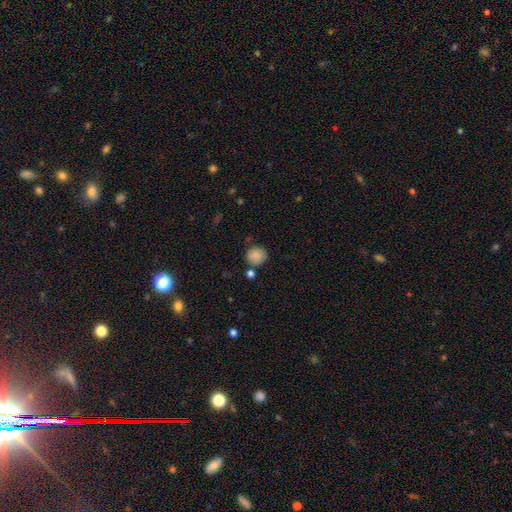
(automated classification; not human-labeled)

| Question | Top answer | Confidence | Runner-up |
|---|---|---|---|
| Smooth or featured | smooth | 85% | star or artifact (9%) |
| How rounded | round | 82% | in between (17%) |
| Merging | none | 71% | minor disturbance (15%) |